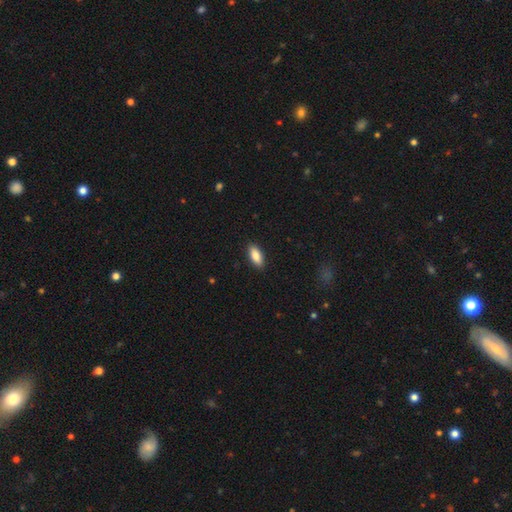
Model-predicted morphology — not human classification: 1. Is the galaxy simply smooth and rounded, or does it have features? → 87% smooth, 6% star or artifact, 6% featured or disk.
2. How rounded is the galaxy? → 85% in between, 12% cigar-shaped, 2% round.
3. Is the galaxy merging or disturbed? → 89% none, 8% minor disturbance, 2% major disturbance, 1% merger.